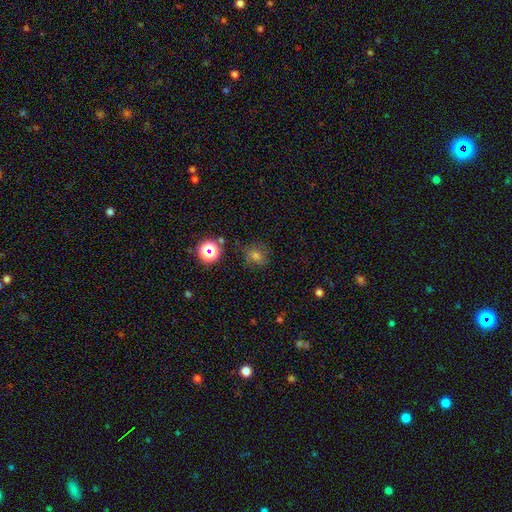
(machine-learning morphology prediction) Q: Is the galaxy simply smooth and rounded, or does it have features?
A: smooth — 61%.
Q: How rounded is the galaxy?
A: round — 72%.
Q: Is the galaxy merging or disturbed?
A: none — 75%.